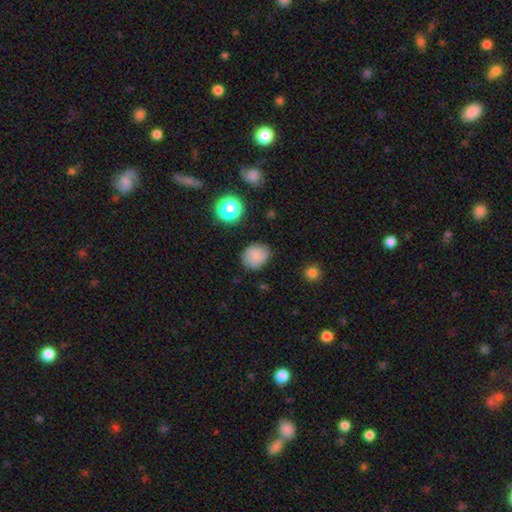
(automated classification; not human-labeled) smooth 80%, star or artifact 11%, featured or disk 10%. Down the decision tree: how rounded — round (64%); merging — none (77%).